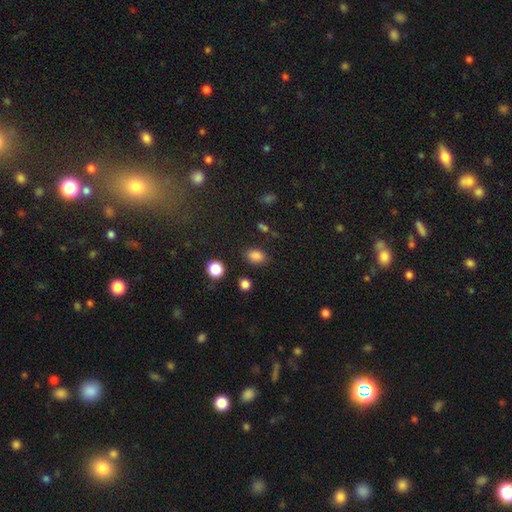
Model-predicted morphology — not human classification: Smooth or featured: smooth — 84% (star or artifact — 12%)
How rounded: in between — 77% (round — 22%)
Merging: none — 81% (minor disturbance — 12%)